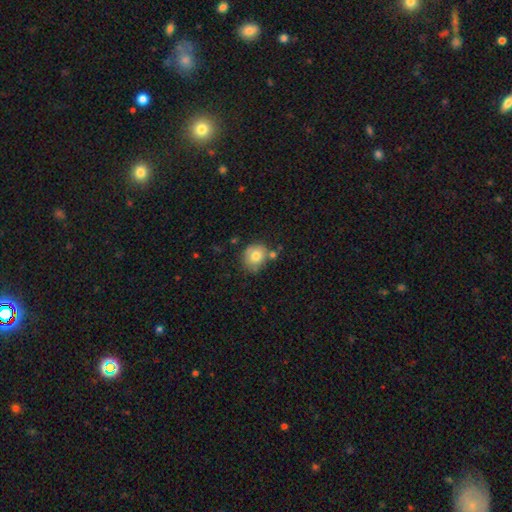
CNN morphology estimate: smooth-or-featured: smooth: 77% | featured or disk: 13% | star or artifact: 9%
  how-rounded: round: 73% | in between: 26% | cigar-shaped: 1%
  merging: none: 65% | minor disturbance: 18% | merger: 13% | major disturbance: 4%